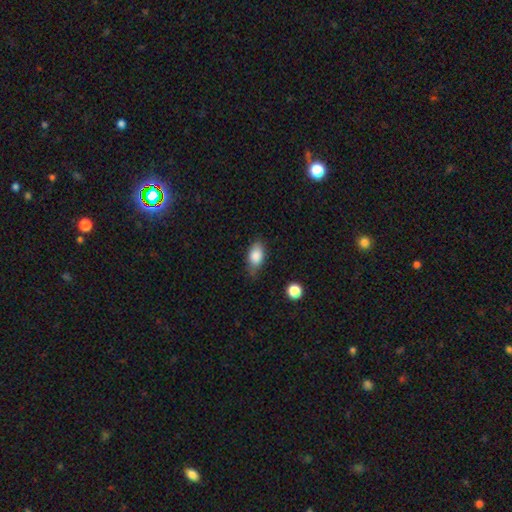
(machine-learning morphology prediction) Smooth or featured?
  - smooth: 84% *
  - featured or disk: 8%
  - star or artifact: 8%
How rounded?
  - in between: 89% *
  - round: 8%
  - cigar-shaped: 4%
Merging?
  - none: 66% *
  - minor disturbance: 27%
  - major disturbance: 5%
  - merger: 2%